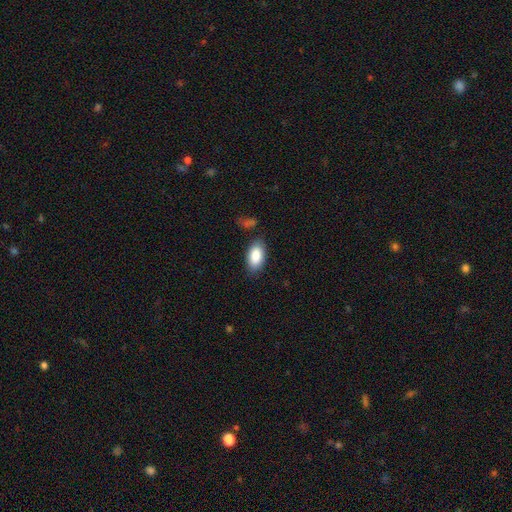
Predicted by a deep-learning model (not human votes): smooth 87%, star or artifact 7%, featured or disk 7%. Down the decision tree: how rounded — in between (93%); merging — none (81%).